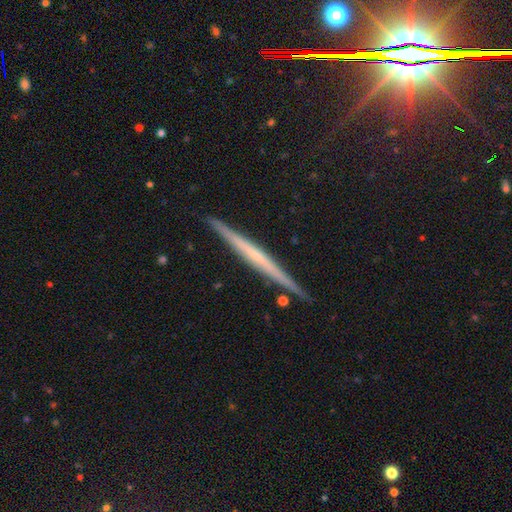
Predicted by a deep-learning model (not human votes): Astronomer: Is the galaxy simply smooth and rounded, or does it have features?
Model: featured or disk — 67%.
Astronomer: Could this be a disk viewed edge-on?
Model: yes — 98%.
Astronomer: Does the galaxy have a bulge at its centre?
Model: none — 73%.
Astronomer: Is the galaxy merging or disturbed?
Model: none — 90%.